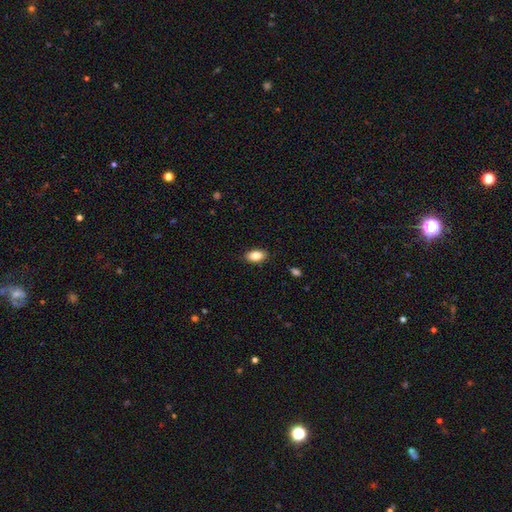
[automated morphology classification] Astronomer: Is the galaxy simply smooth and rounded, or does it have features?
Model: smooth — 85%.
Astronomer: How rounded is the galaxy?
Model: in between — 91%.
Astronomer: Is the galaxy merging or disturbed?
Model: none — 87%.